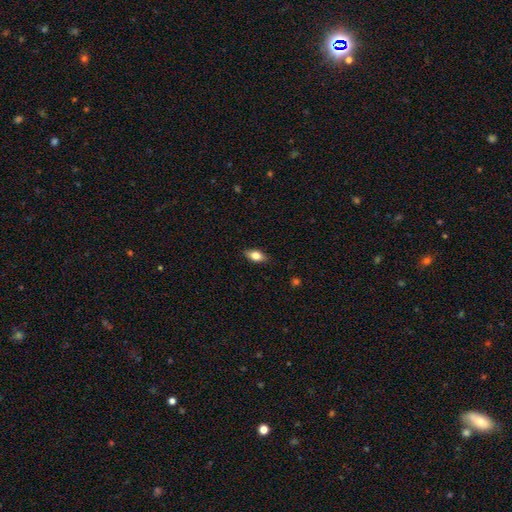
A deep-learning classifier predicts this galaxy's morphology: Q: Smooth or featured?
A: smooth (79%); runner-up: featured or disk (13%)
Q: How rounded?
A: in between (86%); runner-up: cigar-shaped (8%)
Q: Merging?
A: none (87%); runner-up: minor disturbance (10%)